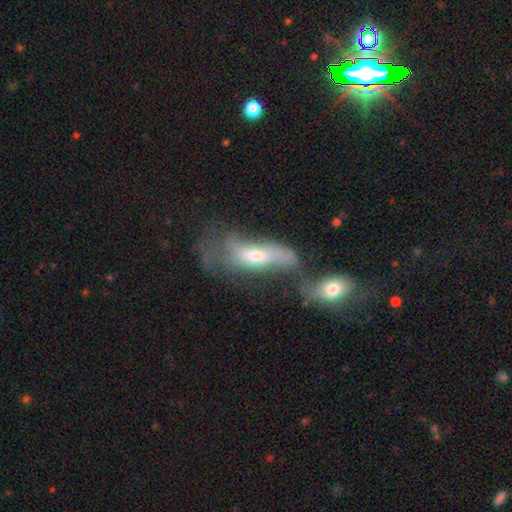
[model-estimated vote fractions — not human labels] This is possibly a smooth galaxy (46%). Merging: possibly merger (49%).